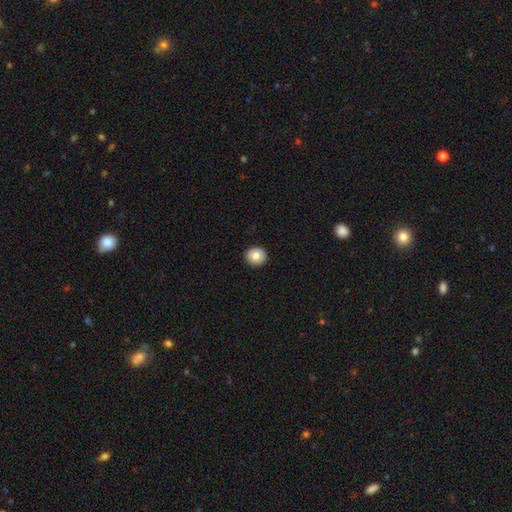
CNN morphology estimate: smooth-or-featured: smooth: 80% | featured or disk: 12% | star or artifact: 8%
  how-rounded: round: 89% | in between: 10% | cigar-shaped: 1%
  merging: none: 93% | minor disturbance: 5% | major disturbance: 1% | merger: 1%